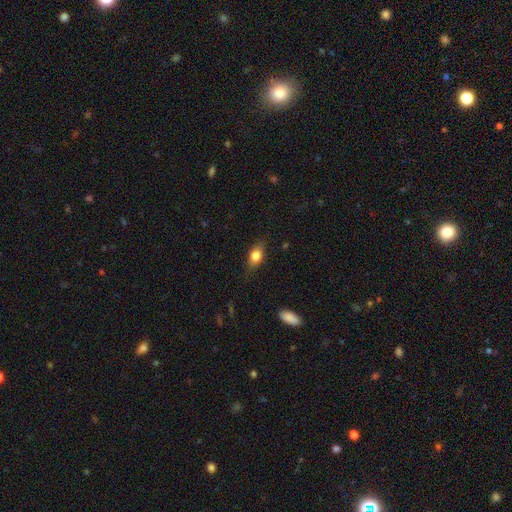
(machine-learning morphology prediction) A smooth galaxy with no disk features (76%) that is in between round and cigar-shaped (74%). Merging: none (78%).